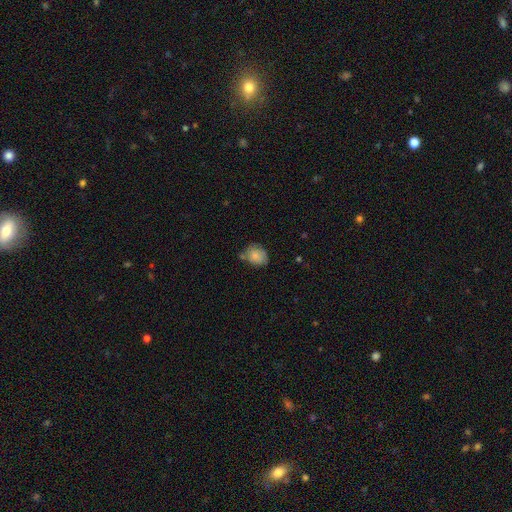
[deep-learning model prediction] Smooth or featured?
  - smooth: 81% *
  - featured or disk: 11%
  - star or artifact: 8%
How rounded?
  - round: 50% *
  - in between: 49%
  - cigar-shaped: 1%
Merging?
  - none: 59% *
  - minor disturbance: 25%
  - merger: 10%
  - major disturbance: 5%